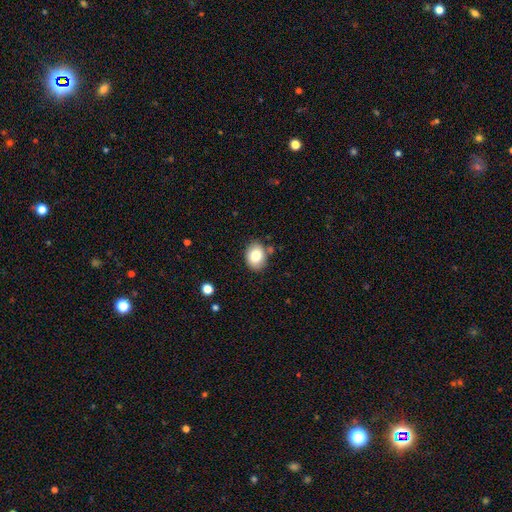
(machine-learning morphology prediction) Smooth or featured?
  - smooth: 83% *
  - featured or disk: 9%
  - star or artifact: 9%
How rounded?
  - in between: 62% *
  - round: 37%
  - cigar-shaped: 1%
Merging?
  - none: 81% *
  - minor disturbance: 12%
  - merger: 4%
  - major disturbance: 3%